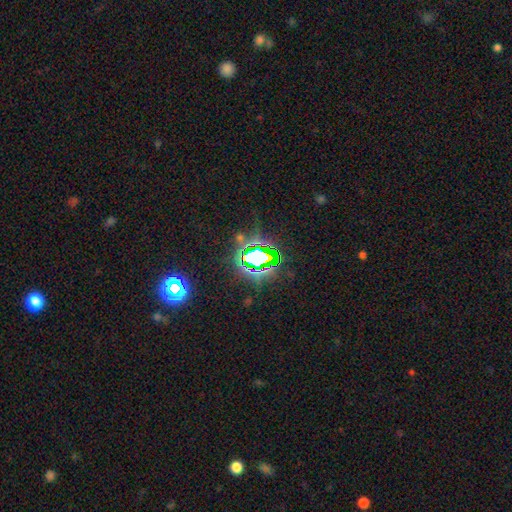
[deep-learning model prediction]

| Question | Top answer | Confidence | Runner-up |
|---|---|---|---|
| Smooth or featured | star or artifact | 75% | smooth (14%) |